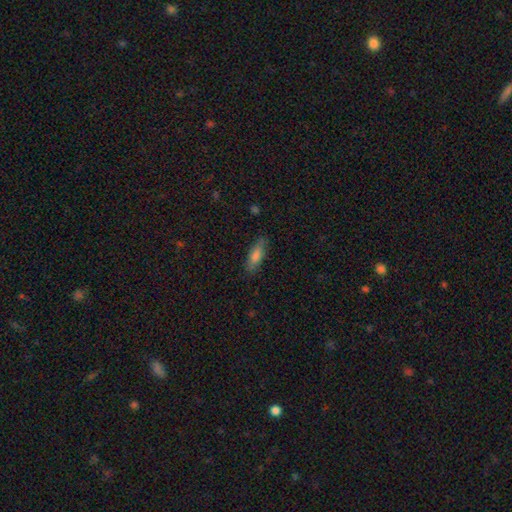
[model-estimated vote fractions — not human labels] smooth 74%, featured or disk 18%, star or artifact 8%. Down the decision tree: how rounded — in between (54%); merging — none (80%).